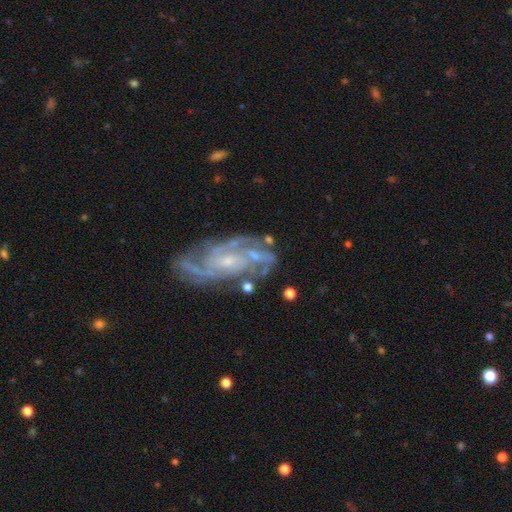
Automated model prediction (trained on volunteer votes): smooth_or_featured: featured or disk (p=0.86) [alt: smooth p=0.07]
disk_edge_on: no (p=0.96) [alt: yes p=0.04]
bar: no (p=0.59) [alt: weak p=0.32]
has_spiral_arms: yes (p=0.94) [alt: no p=0.06]
spiral_winding: tight (p=0.48) [alt: medium p=0.40]
spiral_arm_count: 3 (p=0.25) [tied with: 2 p=0.25, can't tell p=0.25]
bulge_size: small (p=0.68) [alt: moderate p=0.24]
merging: none (p=0.54) [alt: minor disturbance p=0.22]